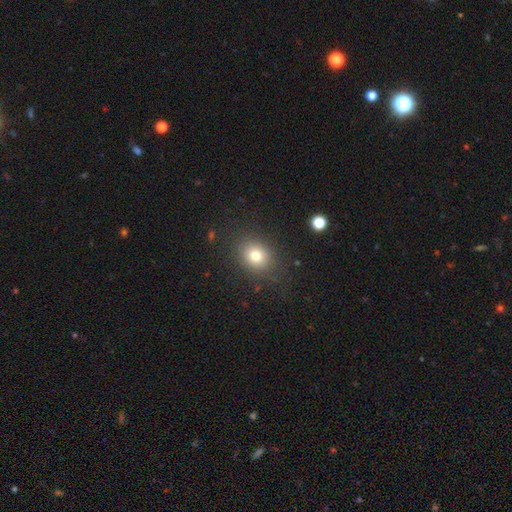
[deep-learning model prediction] Smooth or featured: smooth — 77% (star or artifact — 13%)
How rounded: round — 60% (in between — 39%)
Merging: none — 84% (minor disturbance — 10%)